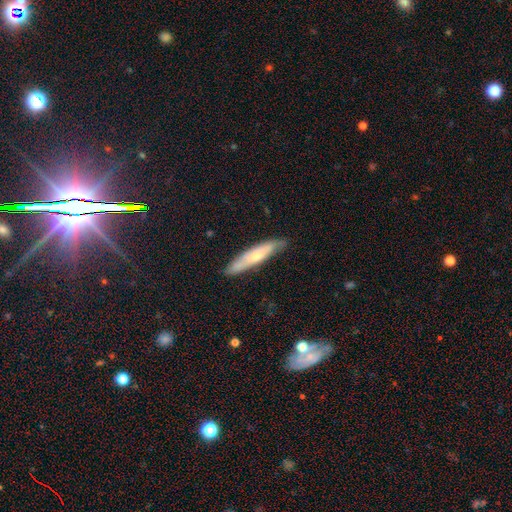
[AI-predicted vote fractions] smooth 53%, featured or disk 41%, star or artifact 6%. Down the decision tree: how rounded — cigar-shaped (84%); merging — none (79%).